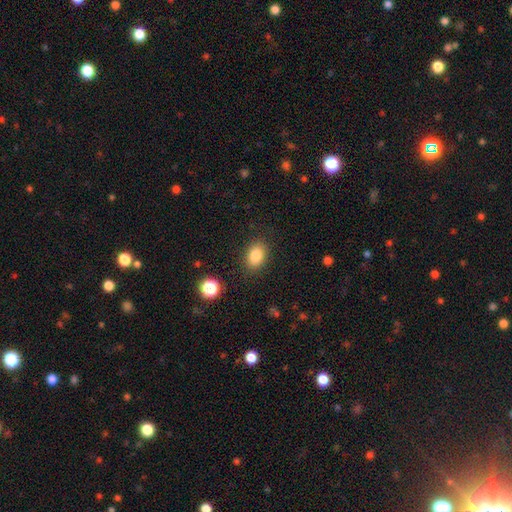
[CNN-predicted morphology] A smooth galaxy with no disk features (84%) that is in between round and cigar-shaped (77%). Merging: none (86%).